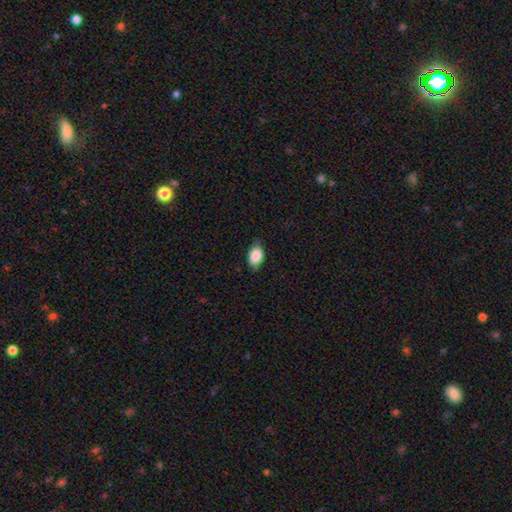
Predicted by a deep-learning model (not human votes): This appears to be a smooth galaxy with no disk features (87%) that is in between round and cigar-shaped (91%). Merging: none (78%).